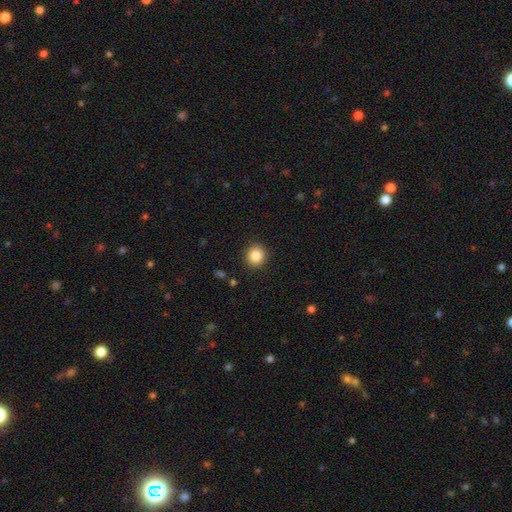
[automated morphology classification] Overall: smooth (85%). How rounded: round (88%). Merging: none (91%).